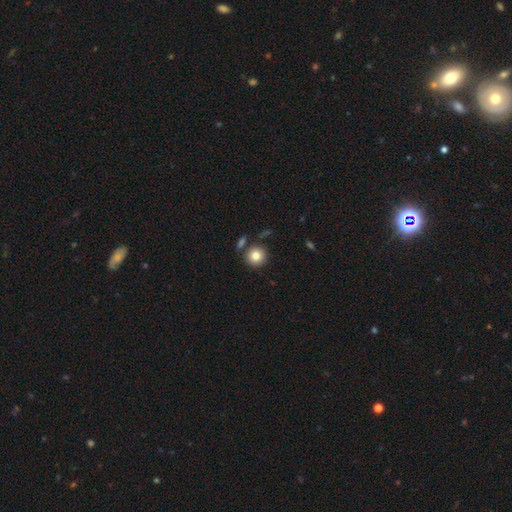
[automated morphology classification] smooth-or-featured: smooth: 82% | star or artifact: 10% | featured or disk: 8%
  how-rounded: round: 92% | in between: 7% | cigar-shaped: 1%
  merging: none: 78% | merger: 10% | minor disturbance: 9% | major disturbance: 3%